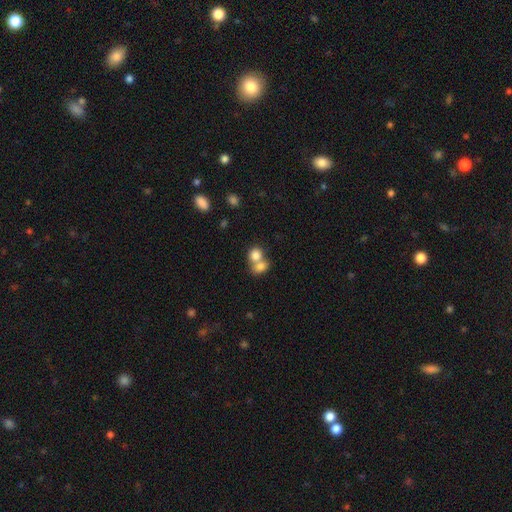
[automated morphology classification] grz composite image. It shows a smooth galaxy with no disk features (80%) that is round (62%). Merging: merger (62%).